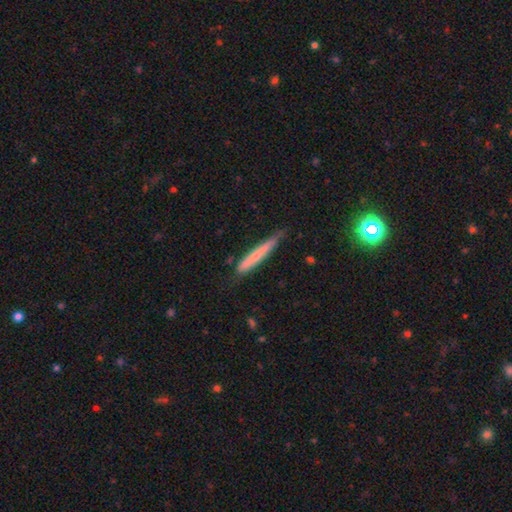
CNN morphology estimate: smooth_or_featured: smooth (p=0.57) [alt: featured or disk p=0.37]
how_rounded: cigar-shaped (p=0.95) [alt: in between p=0.04]
merging: none (p=0.68) [alt: minor disturbance p=0.25]